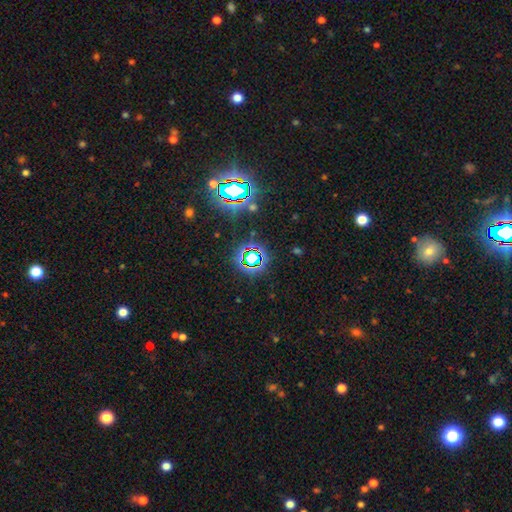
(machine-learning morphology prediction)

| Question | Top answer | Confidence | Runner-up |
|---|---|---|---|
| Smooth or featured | star or artifact | 71% | smooth (19%) |